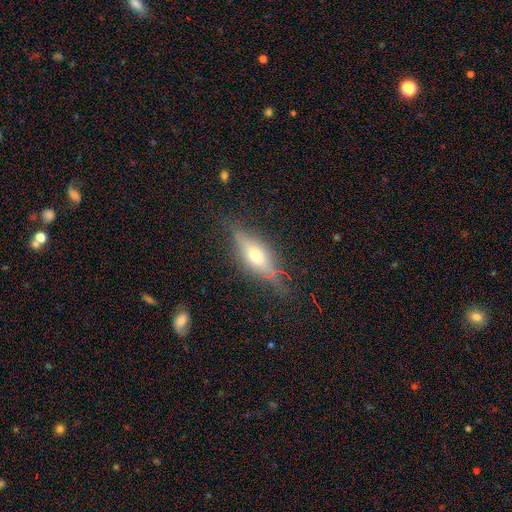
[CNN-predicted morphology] featured or disk 62%, smooth 29%, star or artifact 9%. Down the decision tree: edge-on disk — yes (89%); edge-on bulge — rounded (90%); merging — none (78%).